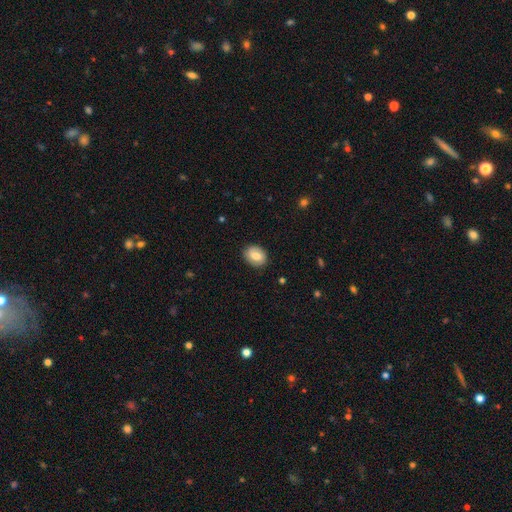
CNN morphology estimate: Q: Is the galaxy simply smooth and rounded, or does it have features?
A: smooth — 74%.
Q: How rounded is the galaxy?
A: in between — 56%.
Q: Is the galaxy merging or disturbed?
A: none — 87%.